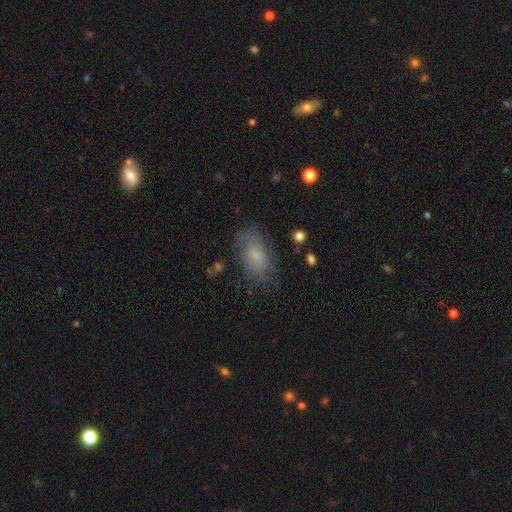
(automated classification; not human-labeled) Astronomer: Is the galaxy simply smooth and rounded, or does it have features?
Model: smooth — 54% (runner-up: featured or disk, 36%).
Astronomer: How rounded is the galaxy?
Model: in between — 89%.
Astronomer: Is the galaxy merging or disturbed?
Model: none — 65%.